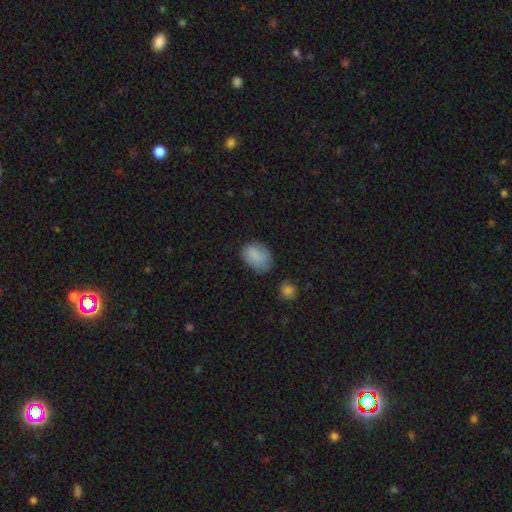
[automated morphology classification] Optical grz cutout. It shows a smooth galaxy with no disk features (84%) that is in between round and cigar-shaped (69%). Merging: none (60%).